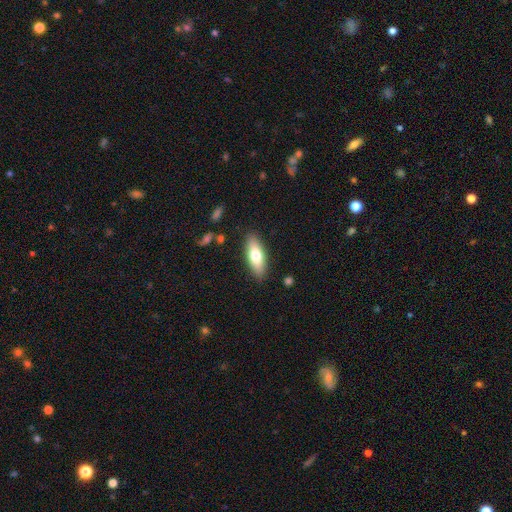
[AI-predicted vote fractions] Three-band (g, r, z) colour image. It shows a smooth galaxy with no disk features (70%) that is in between round and cigar-shaped (65%). Merging: none (87%).